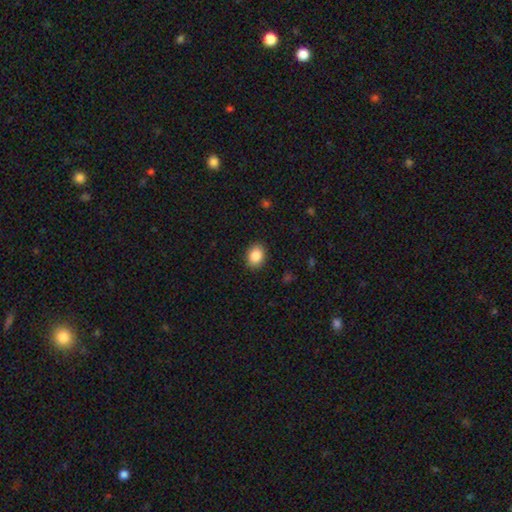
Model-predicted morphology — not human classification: Smooth or featured: smooth — 87% (star or artifact — 9%)
How rounded: in between — 55% (round — 44%)
Merging: none — 90% (minor disturbance — 7%)